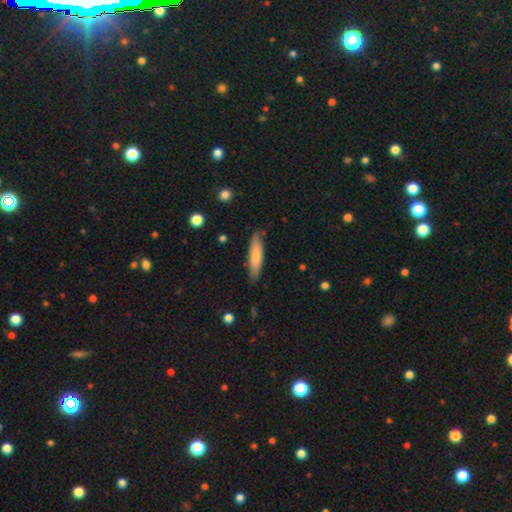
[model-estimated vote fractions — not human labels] Smooth or featured? smooth (75%)
How rounded? cigar-shaped (75%)
Merging? none (81%)